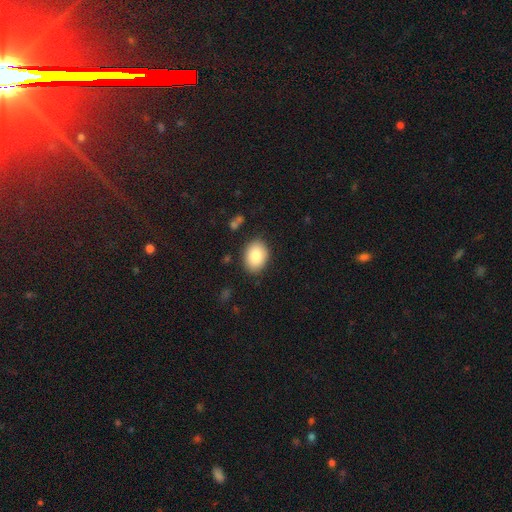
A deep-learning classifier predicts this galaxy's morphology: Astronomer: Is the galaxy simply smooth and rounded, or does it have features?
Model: smooth — 84%.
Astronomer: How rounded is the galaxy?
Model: in between — 70%.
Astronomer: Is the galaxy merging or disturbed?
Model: none — 86%.